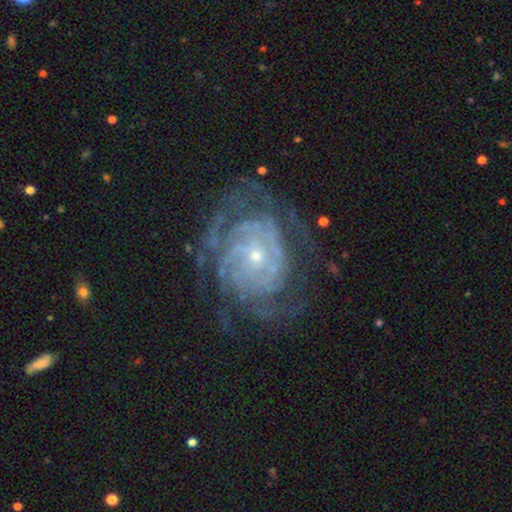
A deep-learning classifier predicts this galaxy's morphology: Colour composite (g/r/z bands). It shows a featured or disk galaxy (85%) with no bar (73%), tight (72%) spiral arms (92%) and a small central bulge (78%). Merging: none (67%).